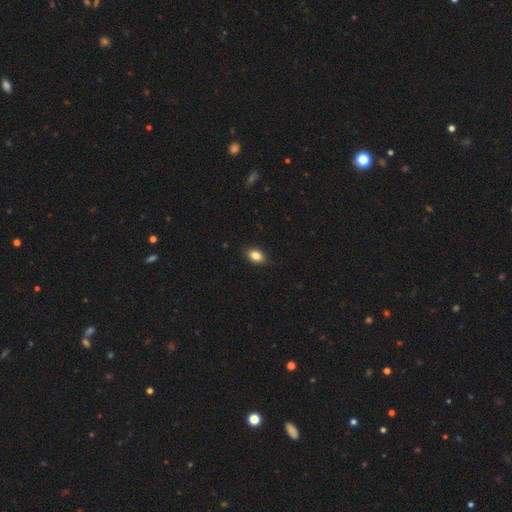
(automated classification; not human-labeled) This is clearly a smooth galaxy (85%). How rounded: clearly in between (84%). Merging: clearly none (88%).